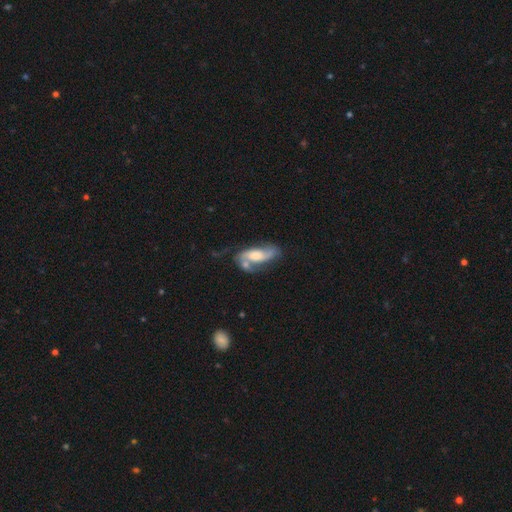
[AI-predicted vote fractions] A featured or disk galaxy (69%) with no bar (54%), 2 (85%) loose (47%) spiral arms (89%) and a moderate central bulge (39%).

Vote fractions:
- Smooth or featured? featured or disk: 69% / smooth: 24% / star or artifact: 7%
- Edge-on disk? no: 92% / yes: 8%
- Bar? no: 54% / weak: 33% / strong: 13%
- Spiral arms? yes: 89% / no: 11%
- Spiral winding? loose: 47% / medium: 39% / tight: 14%
- Spiral arm count? 2: 85% / can't tell: 7% / 1: 5% / 3: 2% / 4: 1% / more than 4: 1%
- Bulge size? moderate: 39% / small: 24% / large: 21% / none: 12% / dominant: 3%
- Merging? none: 43% / minor disturbance: 22% / merger: 21% / major disturbance: 15%